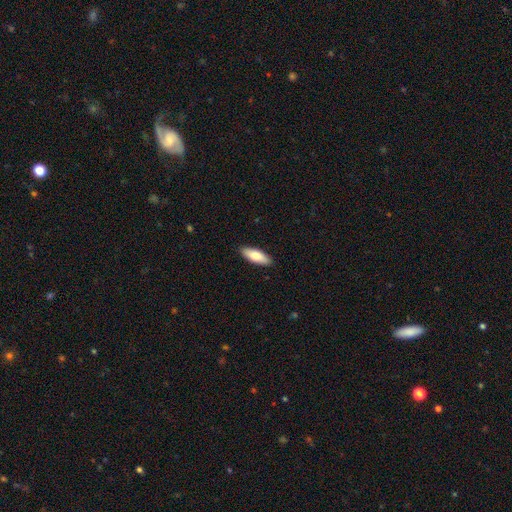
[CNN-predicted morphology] smooth_or_featured: smooth (p=0.78) [alt: featured or disk p=0.16]
how_rounded: in between (p=0.69) [alt: cigar-shaped p=0.30]
merging: none (p=0.90) [alt: minor disturbance p=0.08]